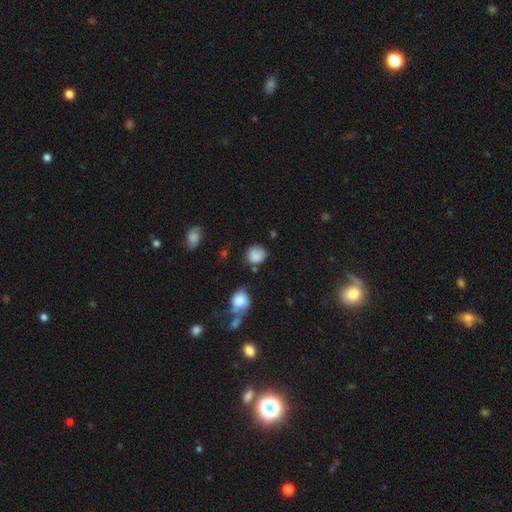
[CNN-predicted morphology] Smooth or featured?
  - smooth: 84% *
  - star or artifact: 9%
  - featured or disk: 7%
How rounded?
  - round: 80% *
  - in between: 19%
  - cigar-shaped: 1%
Merging?
  - none: 66% *
  - minor disturbance: 21%
  - major disturbance: 7%
  - merger: 6%